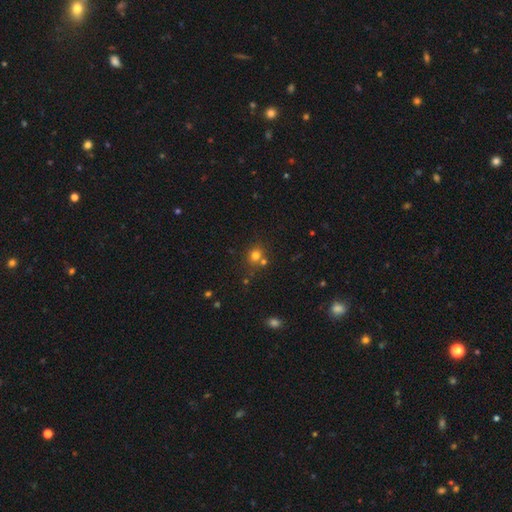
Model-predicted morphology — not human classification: smooth 74%, star or artifact 18%, featured or disk 9%. Down the decision tree: how rounded — round (78%); merging — none (64%).